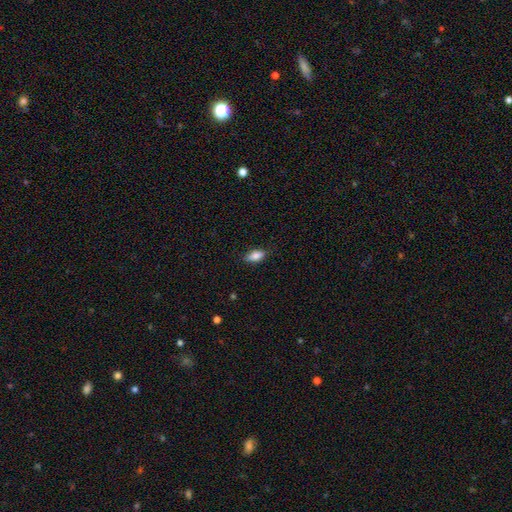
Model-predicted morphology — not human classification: Smooth or featured? smooth (84%)
How rounded? in between (85%)
Merging? none (84%)